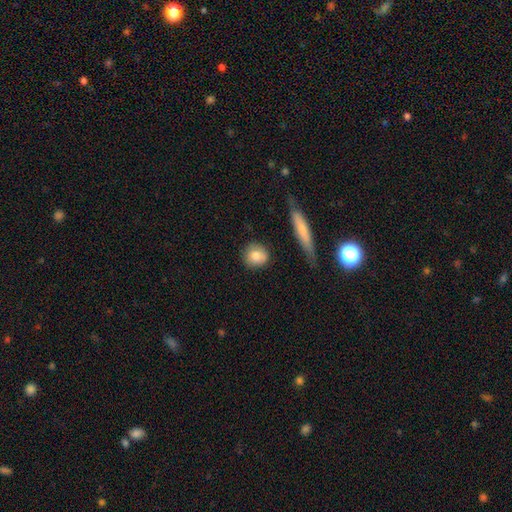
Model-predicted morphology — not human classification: The model was most divided on "smooth or featured": smooth: 79%, featured or disk: 13%, star or artifact: 8%. More confident: how rounded — round (86%); merging — none (82%).